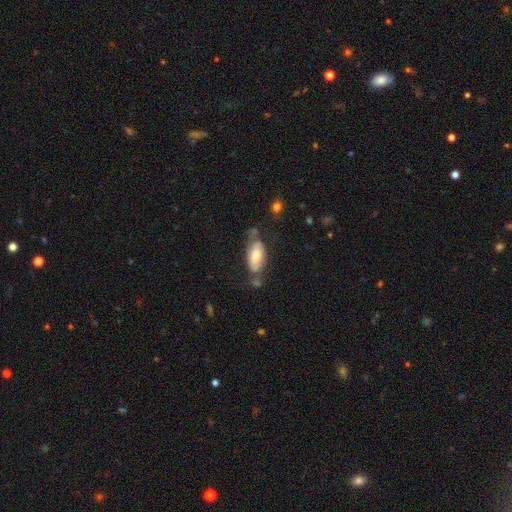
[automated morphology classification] A smooth galaxy with no disk features (63%) that is in between round and cigar-shaped (87%).

Vote fractions:
- Smooth or featured? smooth: 63% / featured or disk: 31% / star or artifact: 6%
- How rounded? in between: 87% / cigar-shaped: 10% / round: 2%
- Merging? none: 49% / minor disturbance: 26% / merger: 13% / major disturbance: 12%